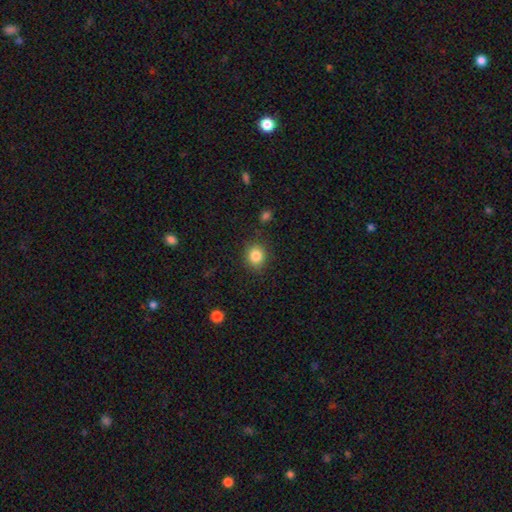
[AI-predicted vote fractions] smooth-or-featured: smooth: 84% | star or artifact: 10% | featured or disk: 6%
  how-rounded: round: 73% | in between: 26% | cigar-shaped: 1%
  merging: none: 86% | minor disturbance: 10% | major disturbance: 3% | merger: 2%